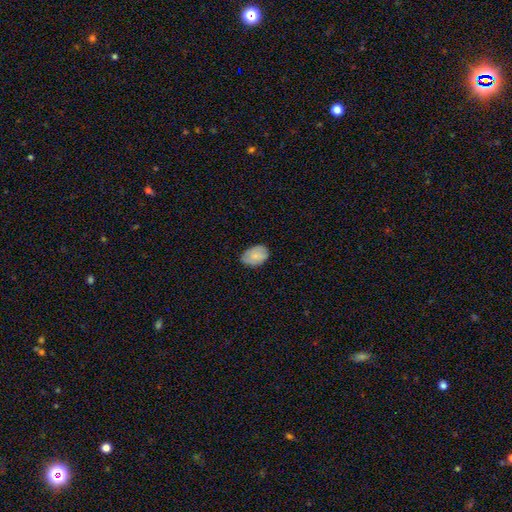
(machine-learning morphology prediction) Smooth or featured? smooth (78%)
How rounded? in between (84%)
Merging? none (77%)